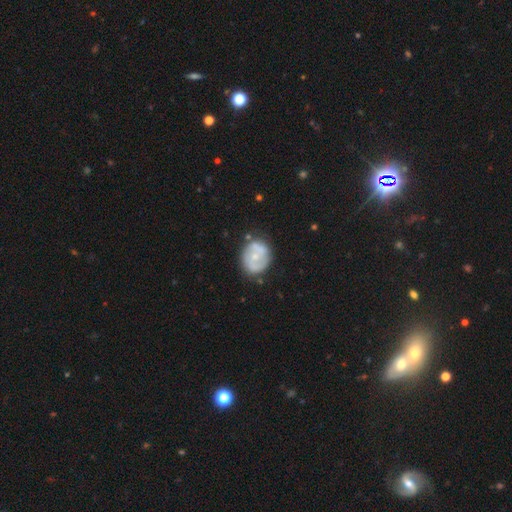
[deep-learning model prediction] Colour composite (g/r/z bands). It shows a featured or disk galaxy (59%) with no bar (67%), spiral arms (60%) and a small central bulge (54%). Merging: none (69%).